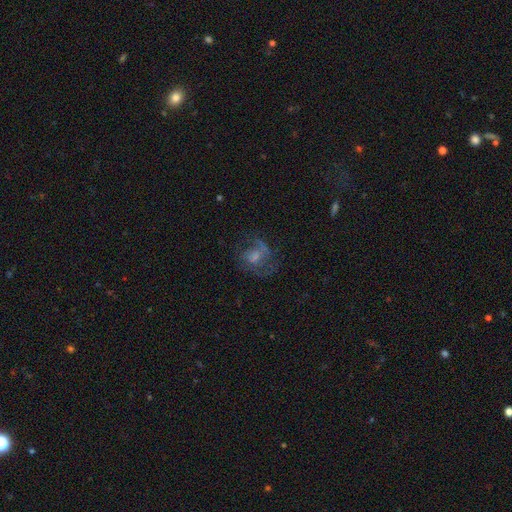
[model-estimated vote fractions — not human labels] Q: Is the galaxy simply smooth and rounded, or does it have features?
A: featured or disk — 60%.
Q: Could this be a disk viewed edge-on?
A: no — 97%.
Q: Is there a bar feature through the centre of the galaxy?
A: no — 56%.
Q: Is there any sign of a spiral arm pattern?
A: yes — 73%.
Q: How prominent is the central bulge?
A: small — 38%.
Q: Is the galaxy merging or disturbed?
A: none — 48%.